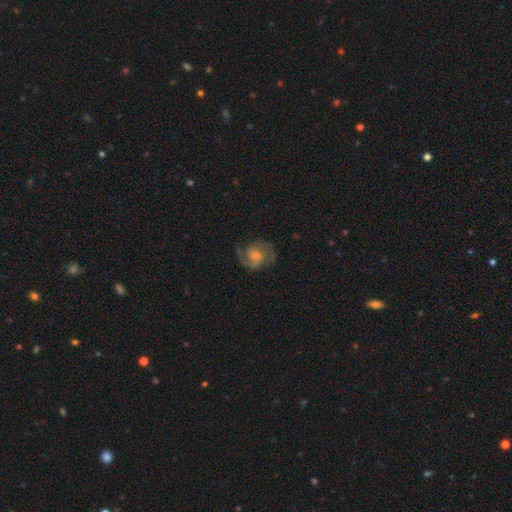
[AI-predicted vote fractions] A featured or disk galaxy (89%) with no bar (56%), 2 (89%) medium (55%) spiral arms (98%) and a small central bulge (49%).

Vote fractions:
- Smooth or featured? featured or disk: 89% / star or artifact: 6% / smooth: 5%
- Edge-on disk? no: 98% / yes: 2%
- Bar? no: 56% / weak: 36% / strong: 8%
- Spiral arms? yes: 98% / no: 2%
- Spiral winding? medium: 55% / tight: 34% / loose: 11%
- Spiral arm count? 2: 89% / 3: 4% / can't tell: 3% / 1: 2% / 4: 1% / more than 4: 1%
- Bulge size? small: 49% / moderate: 42% / none: 5% / large: 3% / dominant: 1%
- Merging? none: 82% / minor disturbance: 13% / major disturbance: 5% / merger: 1%